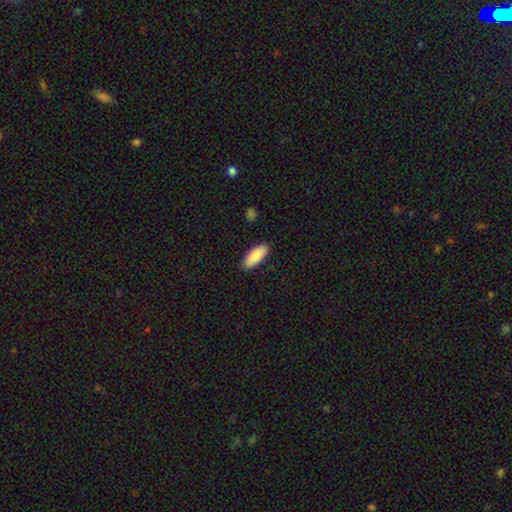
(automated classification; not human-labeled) A smooth galaxy with no disk features (88%) that is in between round and cigar-shaped (81%). Merging: none (88%).